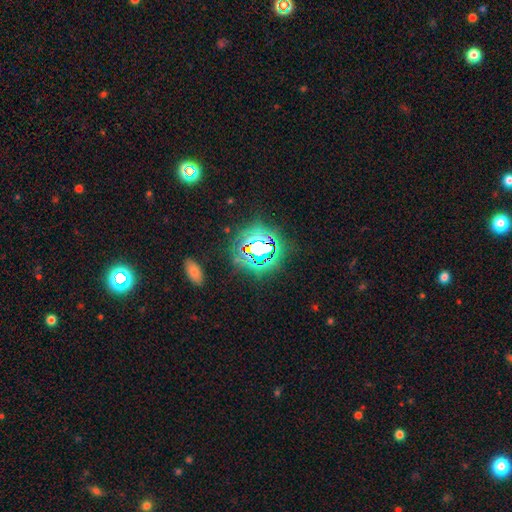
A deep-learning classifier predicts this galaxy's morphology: Overall: star or artifact (79%).